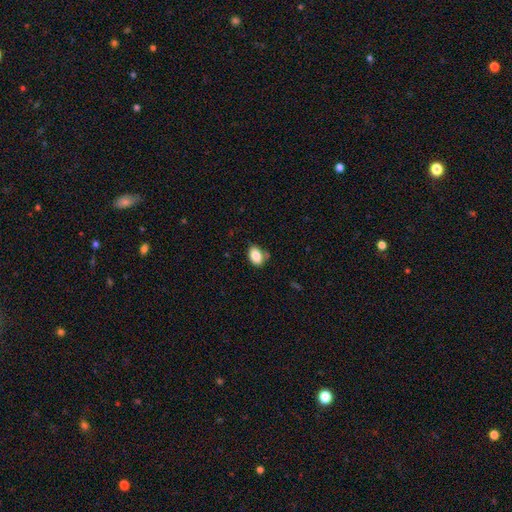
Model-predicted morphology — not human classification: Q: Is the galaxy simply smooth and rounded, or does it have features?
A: smooth — 85%.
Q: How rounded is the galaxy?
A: in between — 87%.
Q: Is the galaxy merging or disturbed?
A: none — 66%.